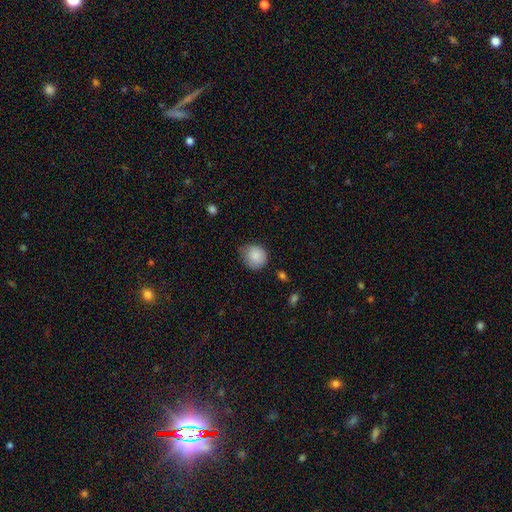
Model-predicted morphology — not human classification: Smooth or featured? smooth (87%)
How rounded? round (84%)
Merging? none (62%)